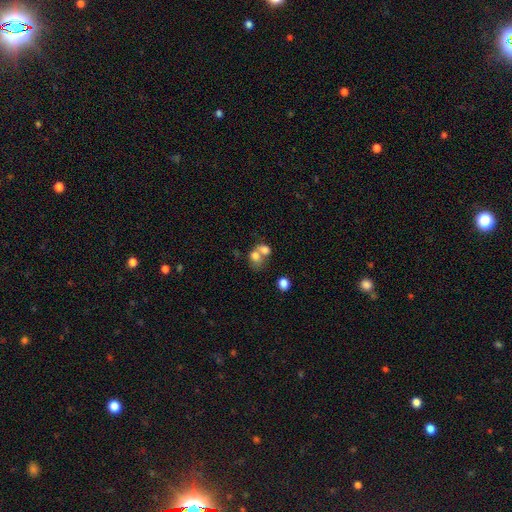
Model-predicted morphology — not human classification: This is likely a smooth galaxy (72%). How rounded: possibly in between (51%). Merging: likely merger (66%).